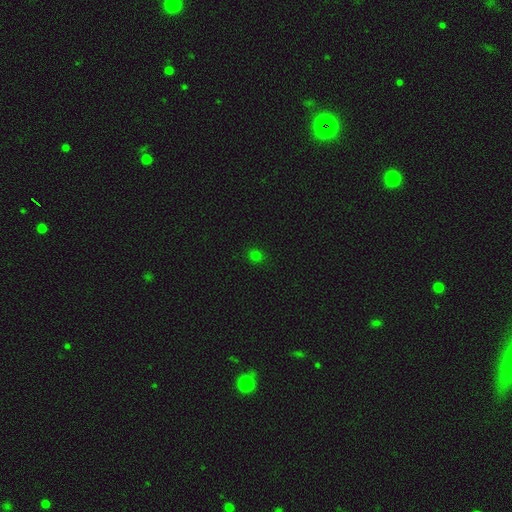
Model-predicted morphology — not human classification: A smooth galaxy with no disk features (75%) that is round (81%).

Vote fractions:
- Smooth or featured? smooth: 75% / star or artifact: 21% / featured or disk: 4%
- How rounded? round: 81% / in between: 18% / cigar-shaped: 1%
- Merging? none: 90% / minor disturbance: 7% / major disturbance: 2% / merger: 1%